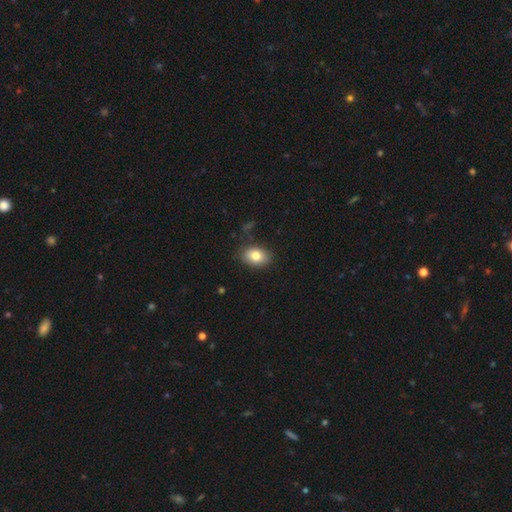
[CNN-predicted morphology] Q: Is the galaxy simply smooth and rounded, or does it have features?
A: smooth — 80%.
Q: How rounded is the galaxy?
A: in between — 77%.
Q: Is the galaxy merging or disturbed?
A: none — 82%.